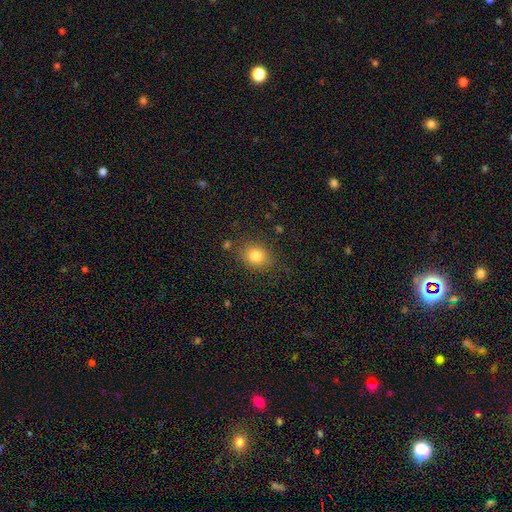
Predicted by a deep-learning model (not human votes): Smooth or featured?
  - smooth: 82% *
  - star or artifact: 11%
  - featured or disk: 7%
How rounded?
  - round: 53% *
  - in between: 46%
  - cigar-shaped: 1%
Merging?
  - none: 83% *
  - minor disturbance: 11%
  - major disturbance: 4%
  - merger: 2%